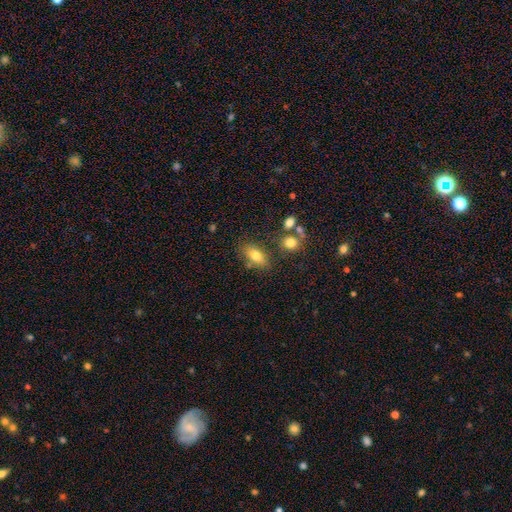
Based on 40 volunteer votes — smooth_or_featured: smooth (p=0.80) [alt: featured or disk p=0.17]
how_rounded: in between (p=0.84) [alt: cigar-shaped p=0.16]
merging: none (p=0.72) [alt: merger p=0.13]